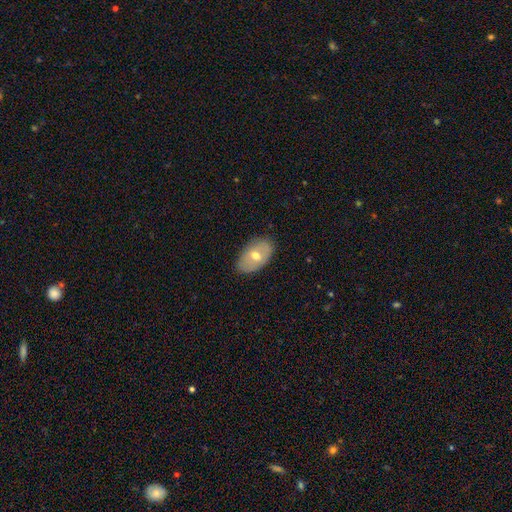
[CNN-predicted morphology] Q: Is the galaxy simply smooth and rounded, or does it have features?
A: smooth — 58%.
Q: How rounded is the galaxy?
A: in between — 90%.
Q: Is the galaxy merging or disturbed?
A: none — 80%.